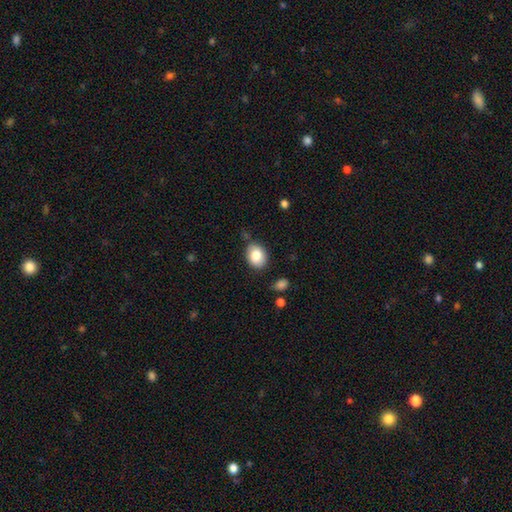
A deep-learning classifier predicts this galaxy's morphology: Smooth or featured?
  - smooth: 83% *
  - featured or disk: 9%
  - star or artifact: 8%
How rounded?
  - in between: 60% *
  - round: 39%
  - cigar-shaped: 1%
Merging?
  - none: 76% *
  - minor disturbance: 17%
  - major disturbance: 4%
  - merger: 3%